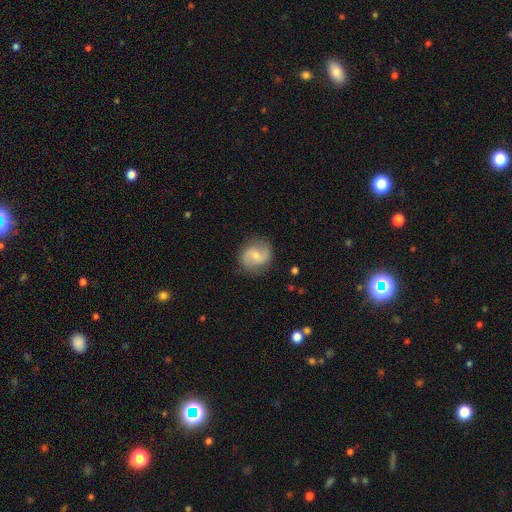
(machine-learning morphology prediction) featured or disk 69%, smooth 25%, star or artifact 6%. Down the decision tree: edge-on disk — no (98%); bar — weak (48%); spiral arms — yes (92%); spiral arm count — 2 (90%); spiral winding — medium (47%); bulge size — small (49%); merging — none (82%).